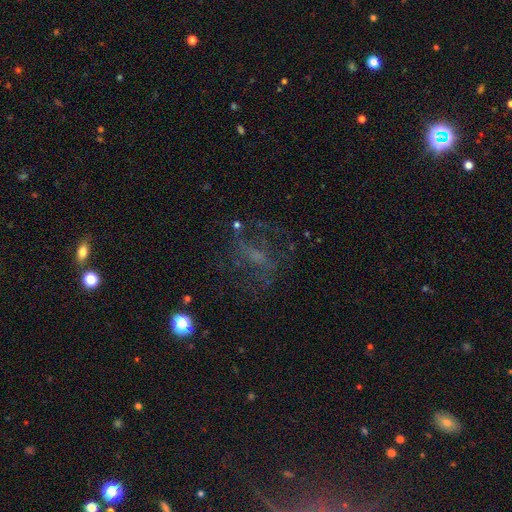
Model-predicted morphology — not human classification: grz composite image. It shows a featured or disk galaxy (49%). Merging: none (58%).